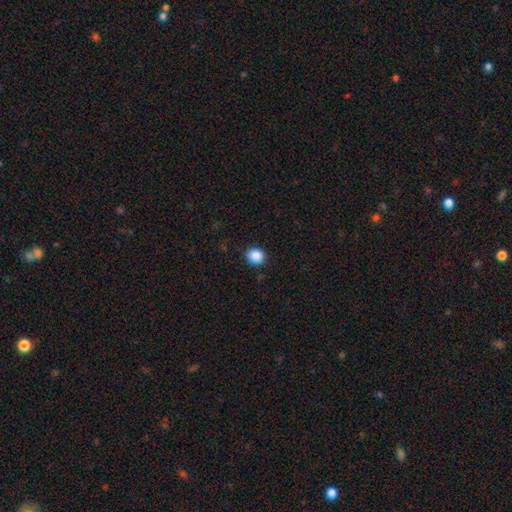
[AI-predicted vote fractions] smooth_or_featured: smooth (p=0.88) [alt: star or artifact p=0.09]
how_rounded: round (p=0.84) [alt: in between p=0.15]
merging: none (p=0.90) [alt: minor disturbance p=0.07]